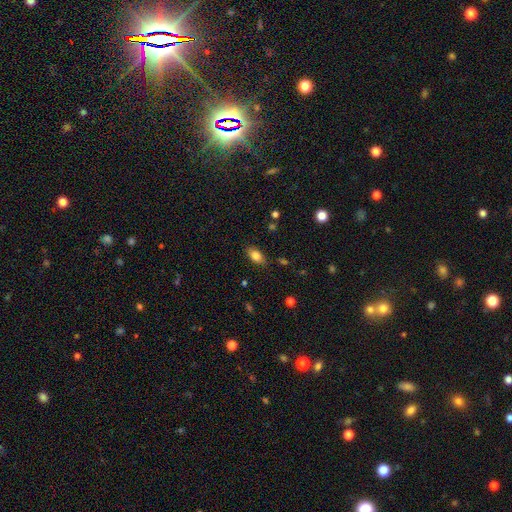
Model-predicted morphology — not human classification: Smooth or featured: smooth — 80% (featured or disk — 11%)
How rounded: in between — 87% (round — 8%)
Merging: none — 82% (minor disturbance — 13%)